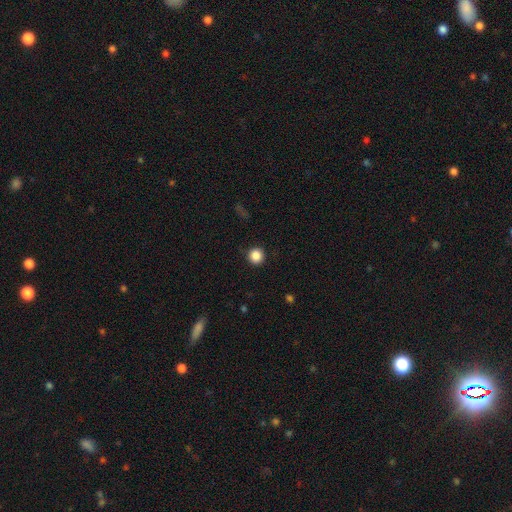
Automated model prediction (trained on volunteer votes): smooth 87%, star or artifact 10%, featured or disk 3%. Down the decision tree: how rounded — round (96%); merging — none (92%).